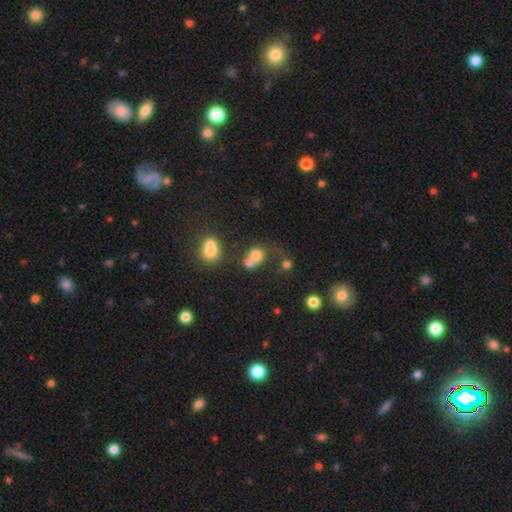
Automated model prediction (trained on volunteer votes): Smooth or featured?
  - smooth: 74% *
  - star or artifact: 13%
  - featured or disk: 13%
How rounded?
  - round: 71% *
  - in between: 28%
  - cigar-shaped: 1%
Merging?
  - merger: 51% *
  - none: 32%
  - minor disturbance: 9%
  - major disturbance: 7%